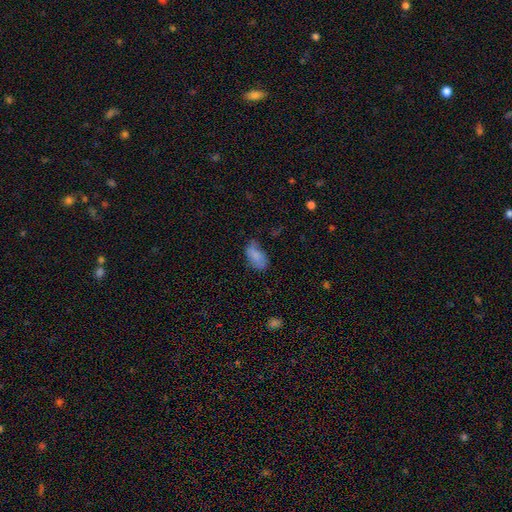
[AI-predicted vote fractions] smooth 80%, featured or disk 12%, star or artifact 8%. Down the decision tree: how rounded — in between (93%); merging — none (57%).